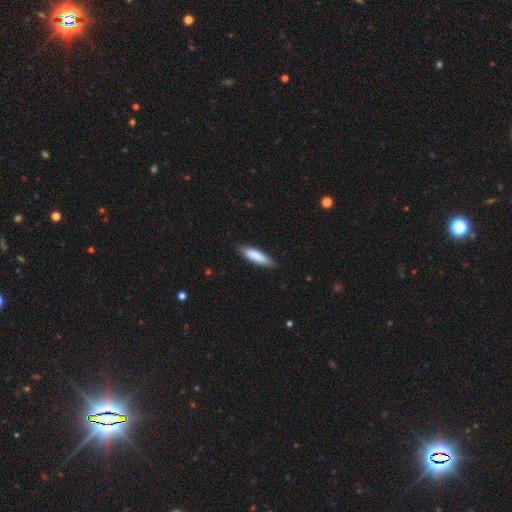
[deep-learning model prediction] A smooth galaxy with no disk features (83%) that is cigar-shaped (67%). Merging: none (83%).